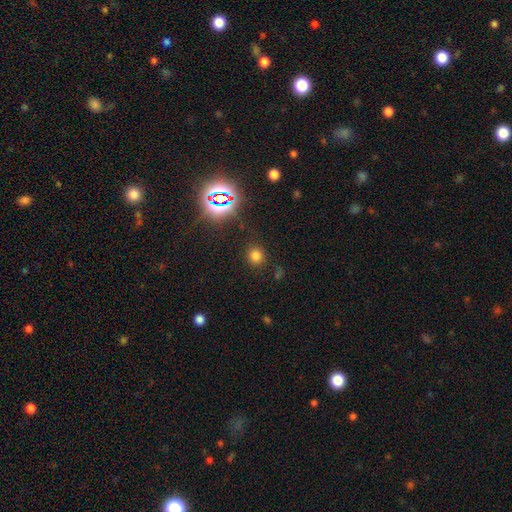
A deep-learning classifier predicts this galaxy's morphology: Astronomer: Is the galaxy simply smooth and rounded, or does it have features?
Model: smooth — 72%.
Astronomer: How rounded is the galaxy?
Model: round — 86%.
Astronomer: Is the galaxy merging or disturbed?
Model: none — 86%.